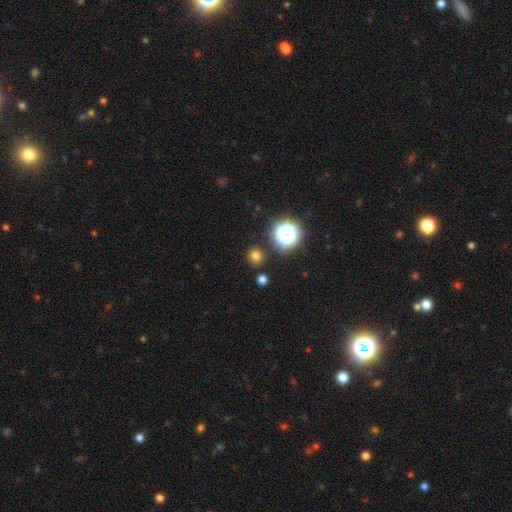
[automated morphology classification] Smooth or featured?
  - smooth: 73% *
  - star or artifact: 22%
  - featured or disk: 6%
How rounded?
  - round: 87% *
  - in between: 12%
  - cigar-shaped: 1%
Merging?
  - none: 87% *
  - minor disturbance: 7%
  - merger: 4%
  - major disturbance: 3%